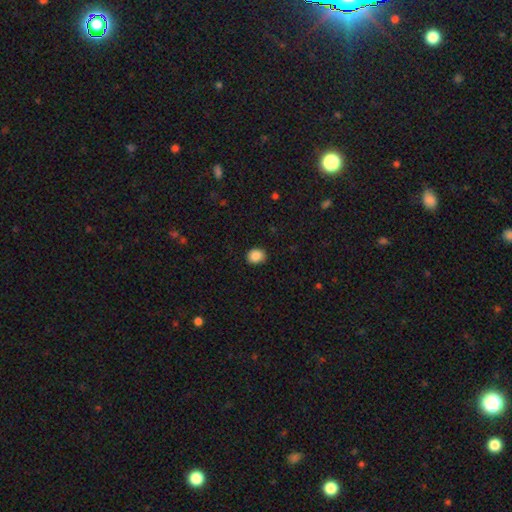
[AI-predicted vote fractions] Smooth or featured?
  - smooth: 88% *
  - star or artifact: 9%
  - featured or disk: 3%
How rounded?
  - round: 59% *
  - in between: 40%
  - cigar-shaped: 1%
Merging?
  - none: 89% *
  - minor disturbance: 8%
  - major disturbance: 2%
  - merger: 1%